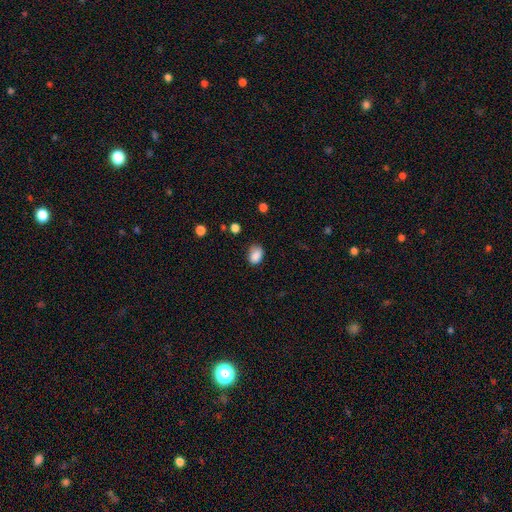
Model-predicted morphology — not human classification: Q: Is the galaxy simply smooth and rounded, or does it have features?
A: smooth — 87%.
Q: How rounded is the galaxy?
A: in between — 75%.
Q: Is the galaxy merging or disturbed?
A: none — 68%.